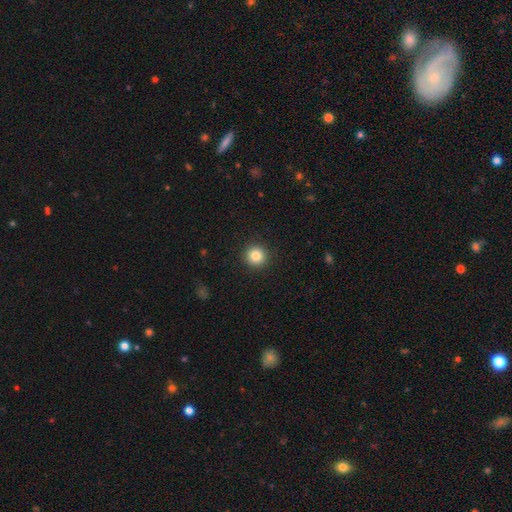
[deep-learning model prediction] Smooth or featured: smooth — 85% (star or artifact — 10%)
How rounded: round — 95% (in between — 4%)
Merging: none — 92% (minor disturbance — 5%)